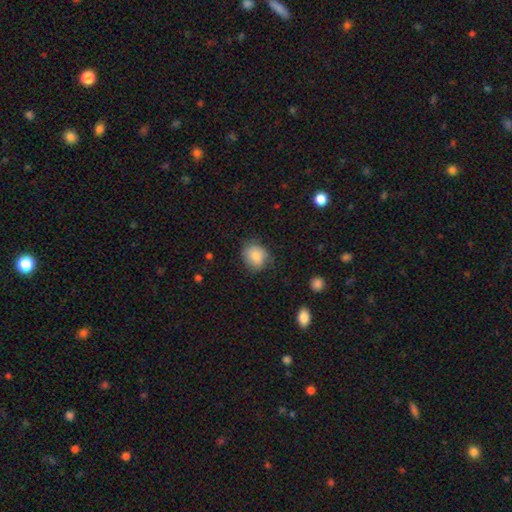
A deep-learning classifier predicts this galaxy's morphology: smooth-or-featured: smooth: 84% | star or artifact: 8% | featured or disk: 8%
  how-rounded: round: 69% | in between: 30% | cigar-shaped: 1%
  merging: none: 71% | minor disturbance: 22% | major disturbance: 5% | merger: 1%